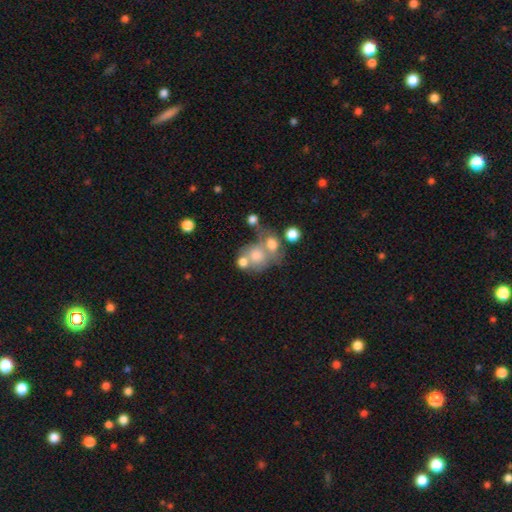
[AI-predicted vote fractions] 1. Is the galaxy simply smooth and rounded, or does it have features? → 63% smooth, 24% featured or disk, 12% star or artifact.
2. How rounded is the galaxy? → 69% round, 30% in between, 1% cigar-shaped.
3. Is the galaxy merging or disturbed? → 50% merger, 28% none, 12% major disturbance, 11% minor disturbance.